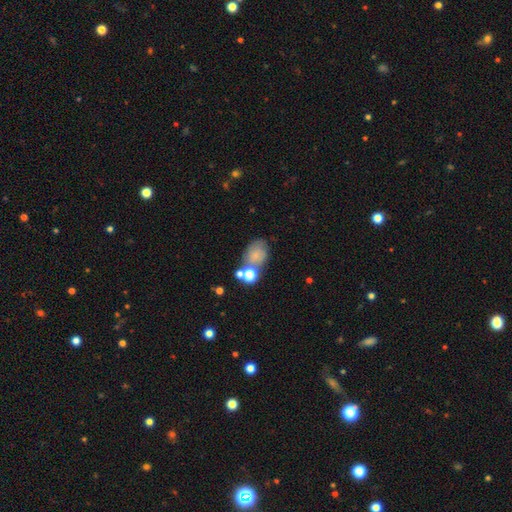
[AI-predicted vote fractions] Q: Smooth or featured?
A: smooth (63%); runner-up: featured or disk (22%)
Q: How rounded?
A: in between (68%); runner-up: round (31%)
Q: Merging?
A: none (47%); runner-up: merger (23%)